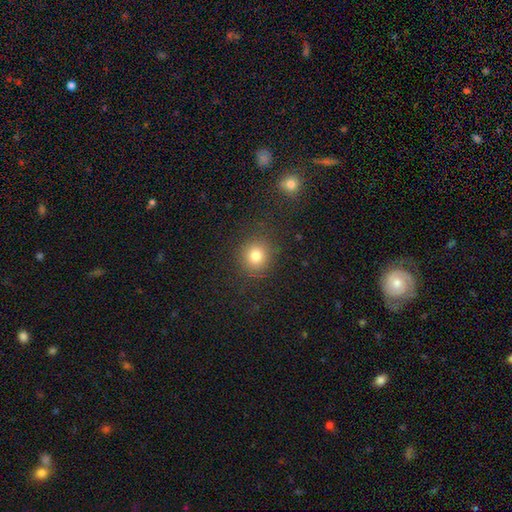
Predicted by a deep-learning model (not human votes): A smooth galaxy with no disk features (80%) that is round (86%). Merging: none (86%).